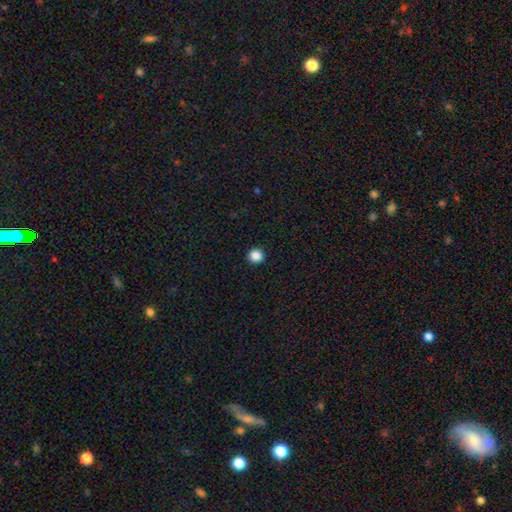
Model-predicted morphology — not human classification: Smooth or featured? smooth (87%)
How rounded? round (96%)
Merging? none (94%)